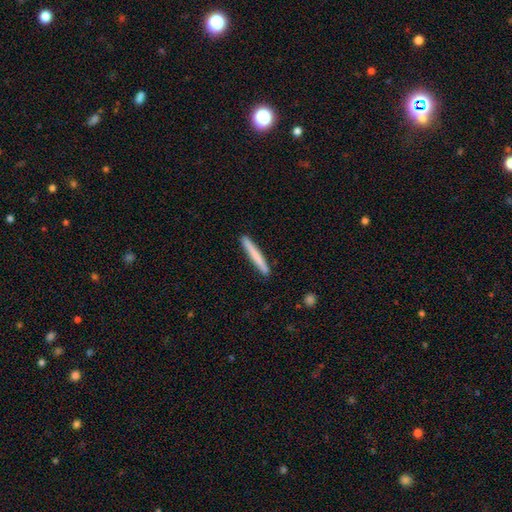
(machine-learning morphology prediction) Smooth or featured? smooth (71%)
How rounded? cigar-shaped (97%)
Merging? none (91%)